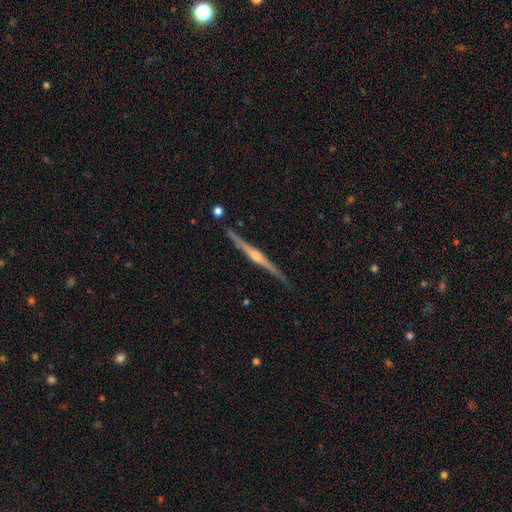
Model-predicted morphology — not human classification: Q: Smooth or featured?
A: featured or disk (86%); runner-up: smooth (9%)
Q: Edge-on disk?
A: yes (98%); runner-up: no (2%)
Q: Edge-on bulge?
A: rounded (86%); runner-up: none (7%)
Q: Merging?
A: none (87%); runner-up: minor disturbance (9%)